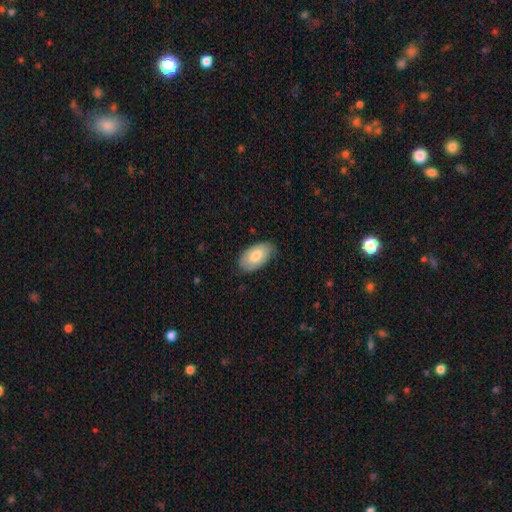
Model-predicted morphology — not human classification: Q: Smooth or featured?
A: smooth (74%); runner-up: featured or disk (20%)
Q: How rounded?
A: in between (95%); runner-up: round (3%)
Q: Merging?
A: none (76%); runner-up: minor disturbance (20%)